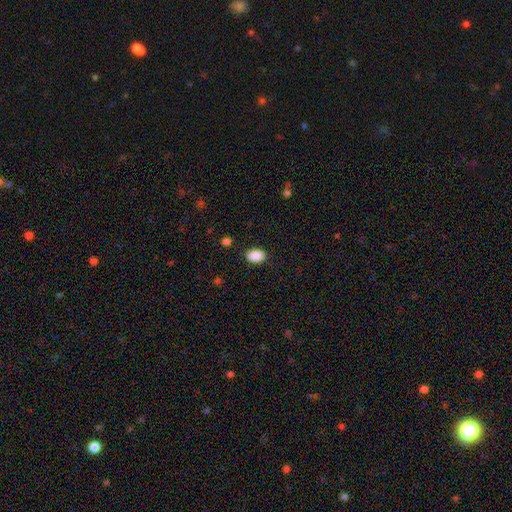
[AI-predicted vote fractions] This is clearly a smooth galaxy (90%). How rounded: clearly in between (84%). Merging: clearly none (88%).